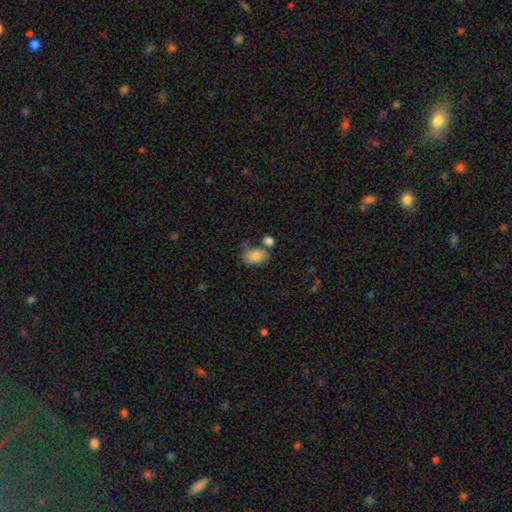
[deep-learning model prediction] A smooth galaxy with no disk features (84%) that is in between round and cigar-shaped (84%).

Vote fractions:
- Smooth or featured? smooth: 84% / star or artifact: 8% / featured or disk: 8%
- How rounded? in between: 84% / round: 15% / cigar-shaped: 1%
- Merging? none: 53% / merger: 20% / minor disturbance: 19% / major disturbance: 8%